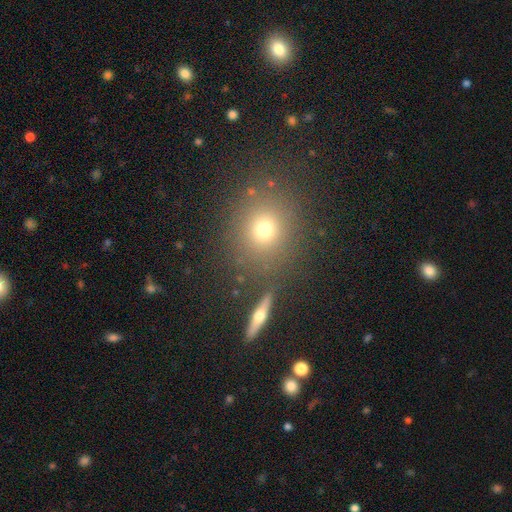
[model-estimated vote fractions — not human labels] This appears to be a smooth galaxy with no disk features (58%) that is round (79%). Merging: none (82%).